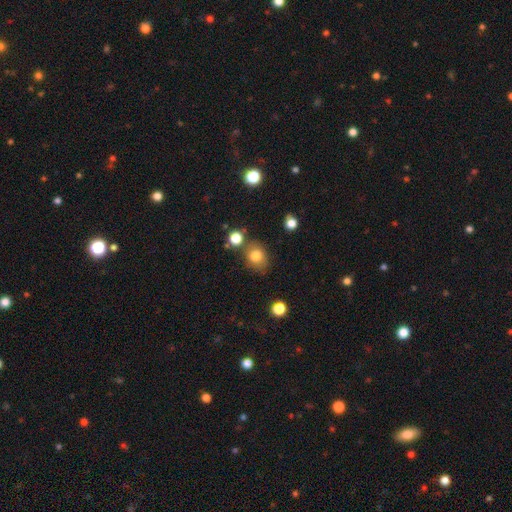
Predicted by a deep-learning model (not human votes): smooth 80%, star or artifact 12%, featured or disk 9%. Down the decision tree: how rounded — round (58%); merging — none (71%).